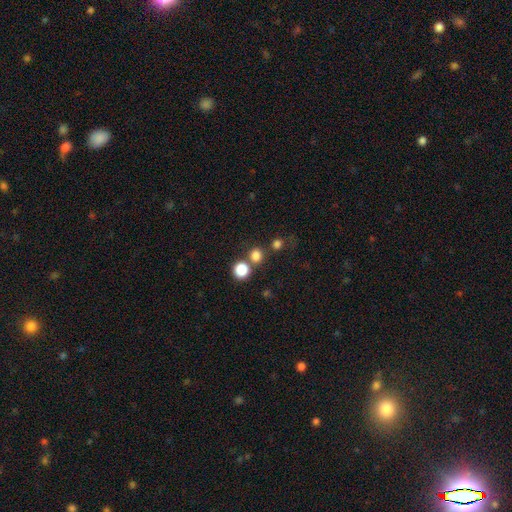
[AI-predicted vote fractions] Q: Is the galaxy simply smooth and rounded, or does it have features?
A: smooth — 78%.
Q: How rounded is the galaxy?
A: round — 89%.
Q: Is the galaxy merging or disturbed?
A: none — 69%.